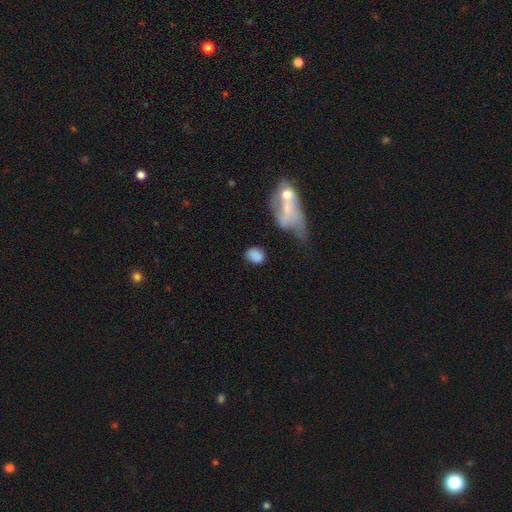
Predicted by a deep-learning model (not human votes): This is clearly a smooth galaxy (81%). How rounded: possibly in between (59%). Merging: likely none (64%).